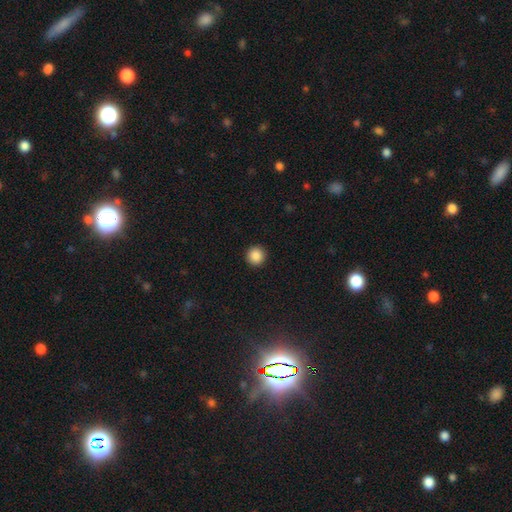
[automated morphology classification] This appears to be a smooth galaxy with no disk features (88%) that is round (95%). Merging: none (93%).